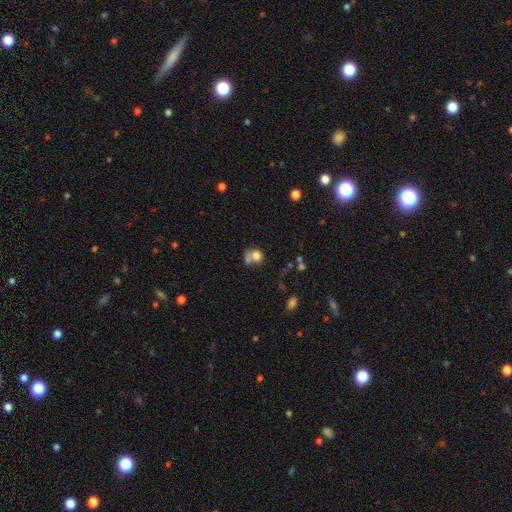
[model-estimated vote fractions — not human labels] smooth_or_featured: smooth (p=0.73) [alt: featured or disk p=0.16]
how_rounded: round (p=0.71) [alt: in between p=0.28]
merging: merger (p=0.37) [alt: none p=0.35]